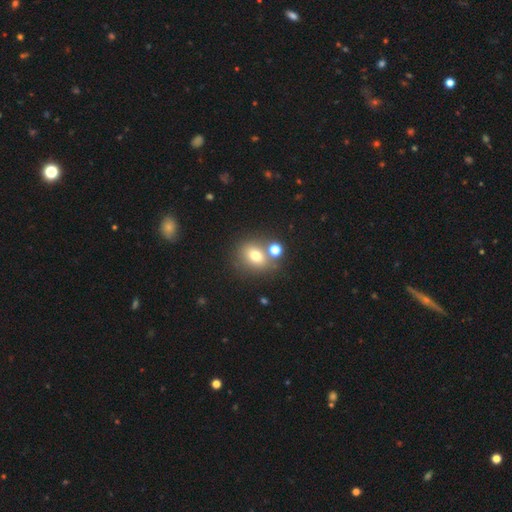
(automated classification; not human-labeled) Morphology: type=smooth (73%); roundness=round (51%); merging=none (62%).